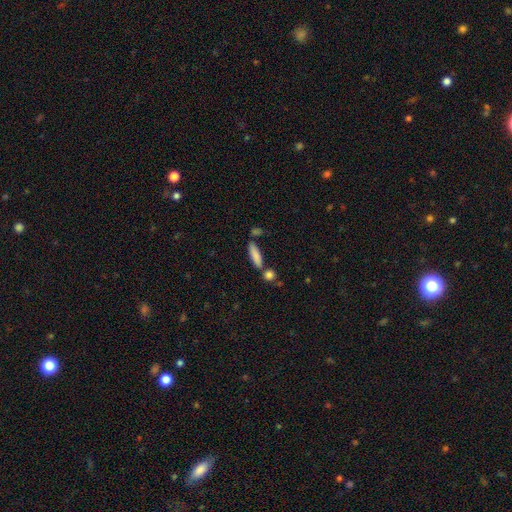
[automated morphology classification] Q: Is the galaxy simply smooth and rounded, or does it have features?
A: smooth — 82%.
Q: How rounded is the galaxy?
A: cigar-shaped — 63%.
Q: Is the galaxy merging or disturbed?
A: none — 67%.